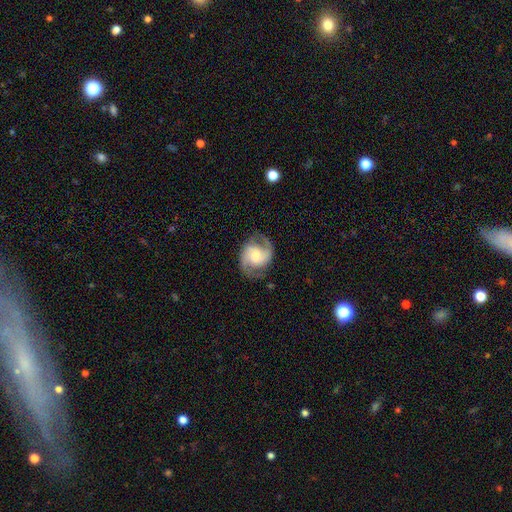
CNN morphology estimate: Smooth or featured: featured or disk — 85% (smooth — 9%)
Edge-on disk: no — 98% (yes — 2%)
Bar: no — 52% (weak — 38%)
Spiral arms: yes — 97% (no — 3%)
Spiral winding: medium — 57% (tight — 23%)
Spiral arm count: 2 — 92% (can't tell — 3%)
Bulge size: moderate — 43% (small — 36%)
Merging: none — 79% (minor disturbance — 14%)